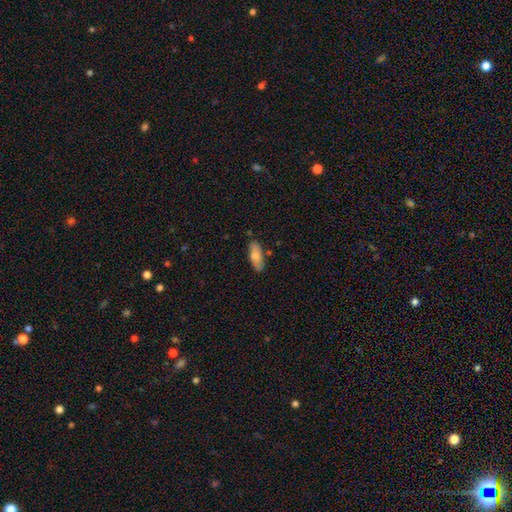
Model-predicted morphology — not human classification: A smooth galaxy with no disk features (74%) that is in between round and cigar-shaped (70%).

Vote fractions:
- Smooth or featured? smooth: 74% / featured or disk: 20% / star or artifact: 6%
- How rounded? in between: 70% / cigar-shaped: 28% / round: 2%
- Merging? none: 79% / minor disturbance: 15% / merger: 3% / major disturbance: 3%